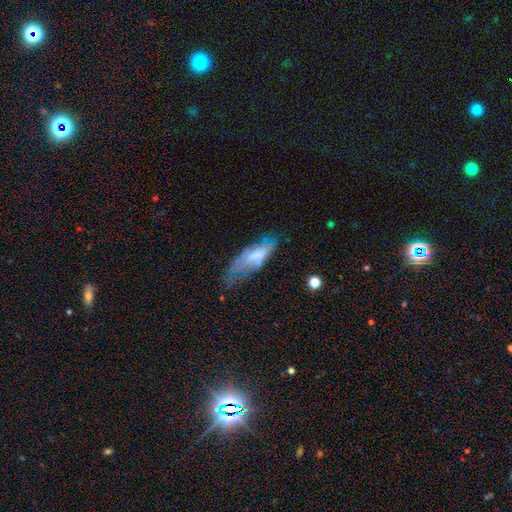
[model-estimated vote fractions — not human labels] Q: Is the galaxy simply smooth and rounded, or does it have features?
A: smooth — 57%.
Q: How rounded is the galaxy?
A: in between — 59%.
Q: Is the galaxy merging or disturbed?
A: minor disturbance — 34%, tied with none.